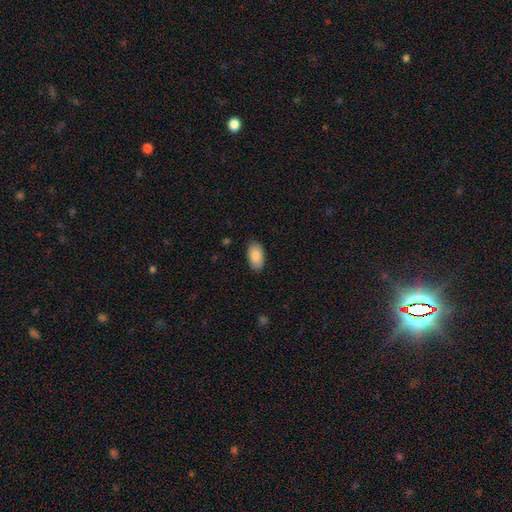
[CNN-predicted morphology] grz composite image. It shows a smooth galaxy with no disk features (85%) that is in between round and cigar-shaped (95%). Merging: none (87%).